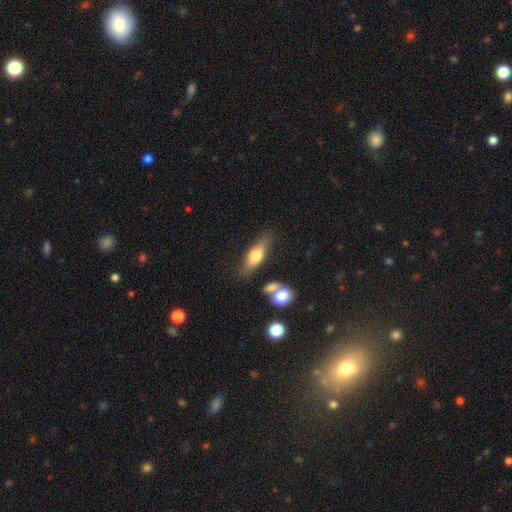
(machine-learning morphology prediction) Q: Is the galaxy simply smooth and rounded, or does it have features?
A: smooth — 59%.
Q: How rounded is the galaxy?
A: in between — 59%.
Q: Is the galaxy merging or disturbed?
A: none — 69%.